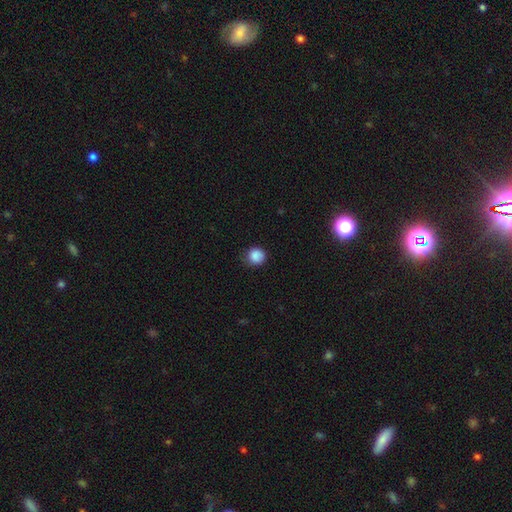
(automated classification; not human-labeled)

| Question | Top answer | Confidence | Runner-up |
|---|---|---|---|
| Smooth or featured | smooth | 87% | star or artifact (9%) |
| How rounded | round | 88% | in between (11%) |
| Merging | none | 74% | minor disturbance (20%) |